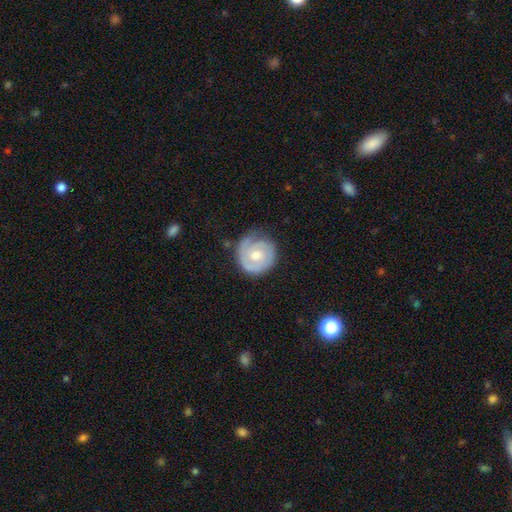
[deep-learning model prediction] This appears to be a featured or disk galaxy (68%) with no bar (74%), 1 (39%) tight (70%) spiral arms (85%) and a moderate central bulge (65%). Merging: none (67%).